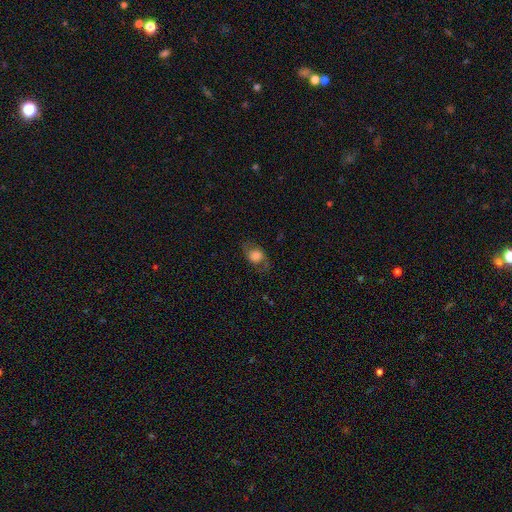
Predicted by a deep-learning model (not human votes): Smooth or featured? Predicted: smooth (p=0.57). How rounded? Predicted: in between (p=0.52). Merging? Predicted: none (p=0.66).